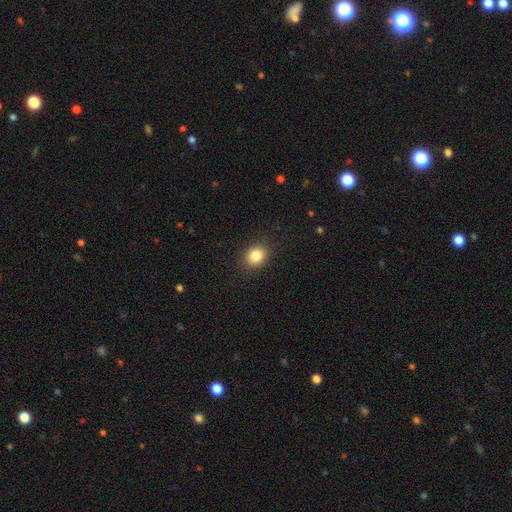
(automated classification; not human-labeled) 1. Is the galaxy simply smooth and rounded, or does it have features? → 84% smooth, 10% star or artifact, 6% featured or disk.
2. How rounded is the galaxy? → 66% round, 33% in between, 1% cigar-shaped.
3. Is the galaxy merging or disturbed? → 89% none, 8% minor disturbance, 2% major disturbance, 1% merger.